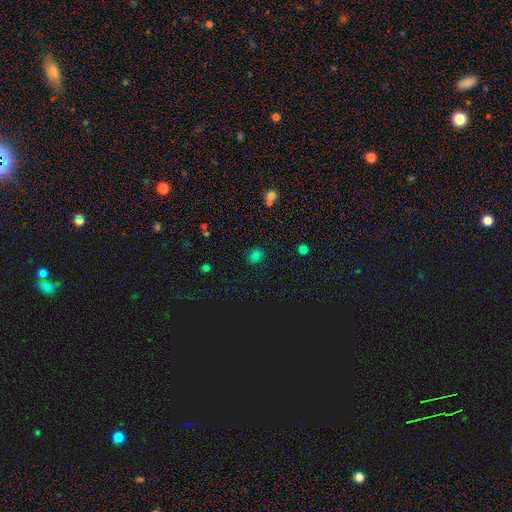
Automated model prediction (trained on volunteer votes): Overall: smooth (72%). How rounded: in between (52%; round 46%). Merging: none (82%).